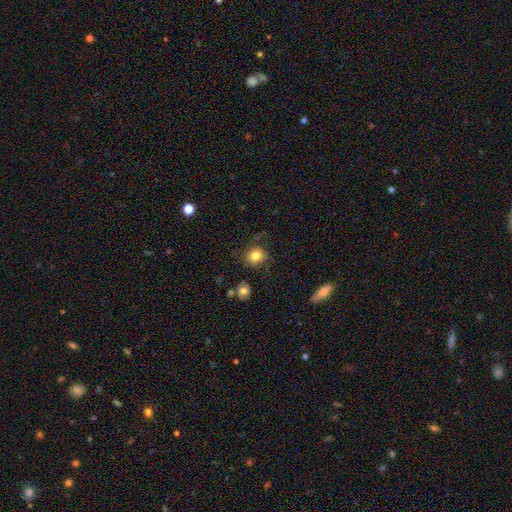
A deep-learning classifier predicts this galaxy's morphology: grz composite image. It shows a smooth galaxy with no disk features (81%) that is round (84%). Merging: none (75%).